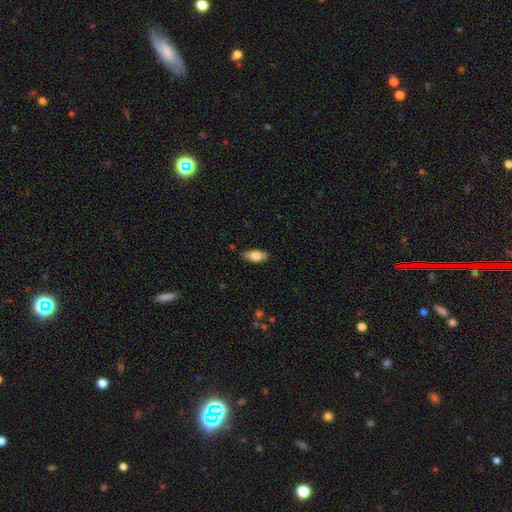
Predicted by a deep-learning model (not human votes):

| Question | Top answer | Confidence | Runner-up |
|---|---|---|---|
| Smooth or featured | smooth | 76% | featured or disk (17%) |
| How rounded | in between | 85% | cigar-shaped (13%) |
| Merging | none | 86% | minor disturbance (11%) |